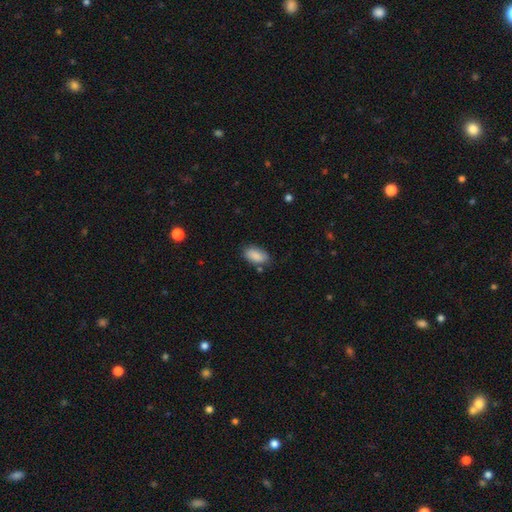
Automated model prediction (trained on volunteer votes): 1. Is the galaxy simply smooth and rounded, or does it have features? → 87% smooth, 7% star or artifact, 6% featured or disk.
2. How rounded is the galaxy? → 93% in between, 4% round, 3% cigar-shaped.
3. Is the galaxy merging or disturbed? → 75% none, 17% minor disturbance, 4% merger, 4% major disturbance.